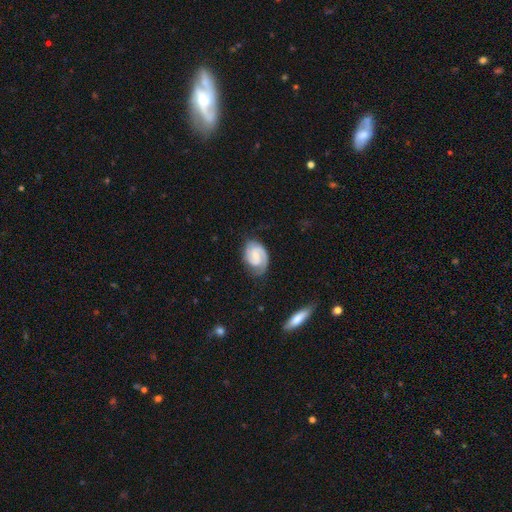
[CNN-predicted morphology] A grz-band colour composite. It shows a featured or disk galaxy (81%) with no bar (49%), 2 (76%) tight (58%) spiral arms (97%) and a small central bulge (49%). Merging: none (71%).